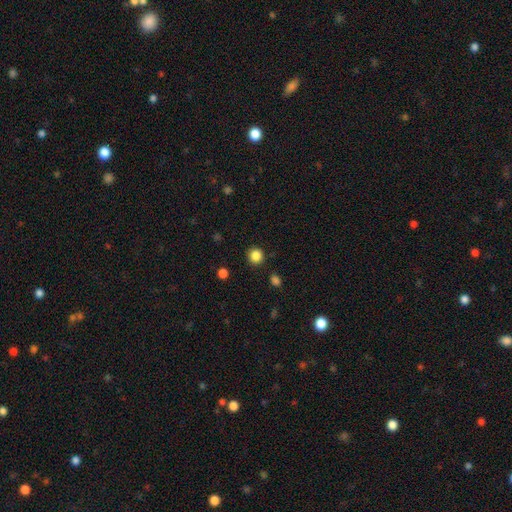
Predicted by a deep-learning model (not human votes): A smooth galaxy with no disk features (86%) that is round (92%).

Vote fractions:
- Smooth or featured? smooth: 86% / star or artifact: 11% / featured or disk: 3%
- How rounded? round: 92% / in between: 7% / cigar-shaped: 1%
- Merging? none: 90% / minor disturbance: 6% / major disturbance: 2% / merger: 2%